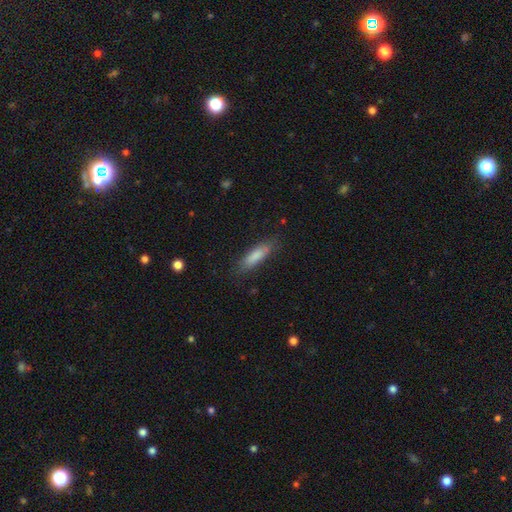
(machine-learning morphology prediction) Smooth or featured?
  - smooth: 82% *
  - featured or disk: 12%
  - star or artifact: 7%
How rounded?
  - cigar-shaped: 60% *
  - in between: 39%
  - round: 2%
Merging?
  - none: 79% *
  - minor disturbance: 15%
  - major disturbance: 4%
  - merger: 2%